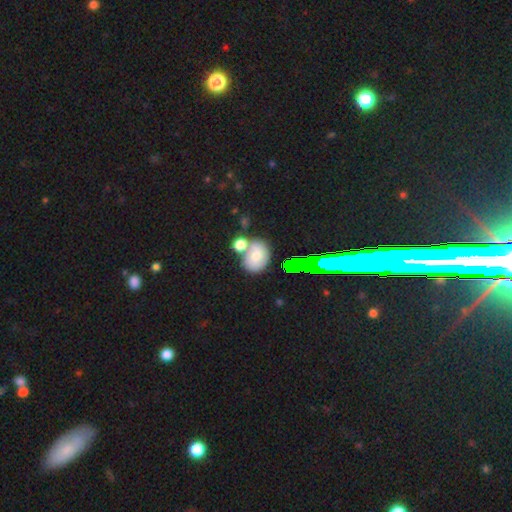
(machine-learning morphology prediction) type=smooth (62%); roundness=in between (58%); merging=none (40%).